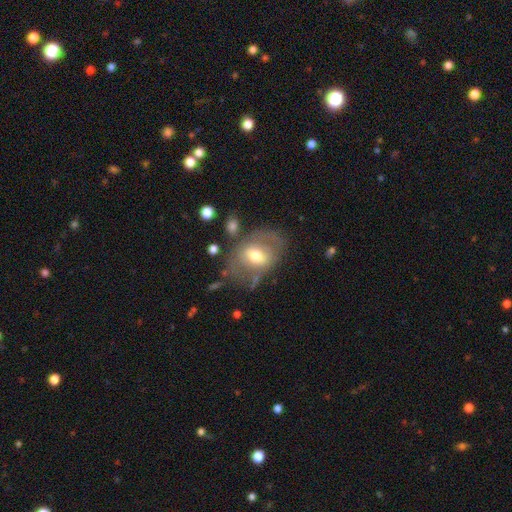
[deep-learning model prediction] Morphology: type=featured or disk (51%); edge-on=no (93%); merging=none (56%).